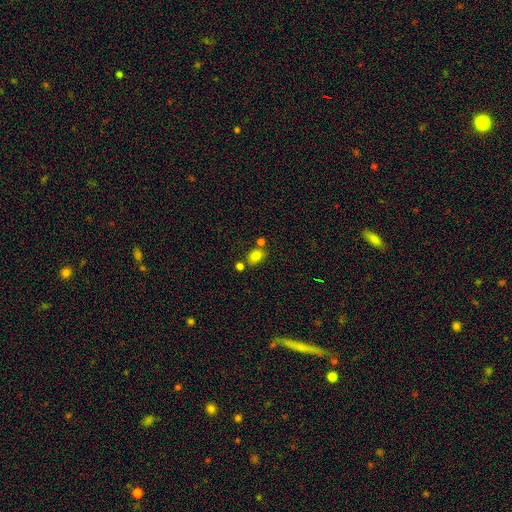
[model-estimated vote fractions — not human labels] Overall: smooth (81%). How rounded: in between (67%; round 32%). Merging: none (67%).